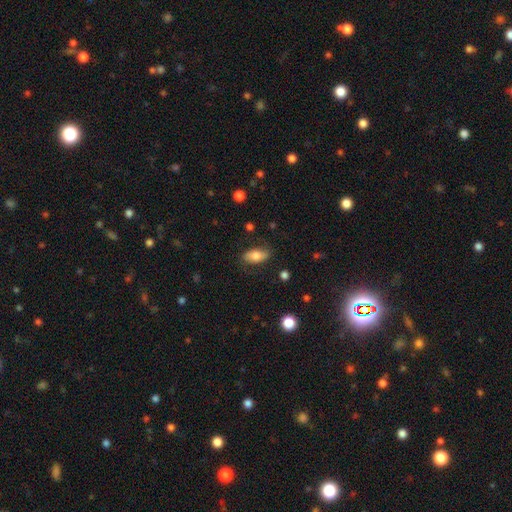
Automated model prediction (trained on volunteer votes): Morphology: type=smooth (74%); roundness=in between (88%); merging=none (77%).